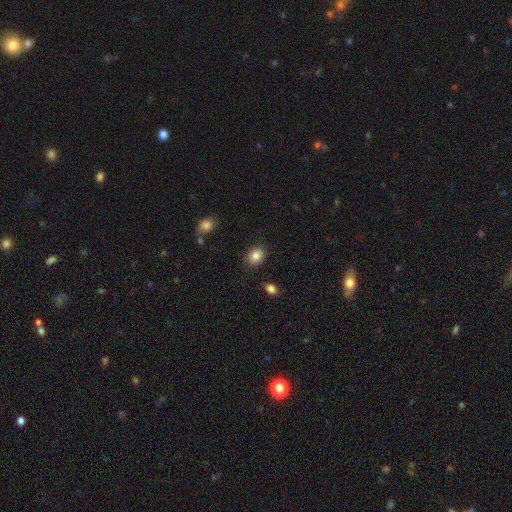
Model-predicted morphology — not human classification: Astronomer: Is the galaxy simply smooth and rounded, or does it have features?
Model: smooth — 85%.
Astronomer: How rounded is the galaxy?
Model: in between — 63%.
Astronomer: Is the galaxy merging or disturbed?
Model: none — 82%.